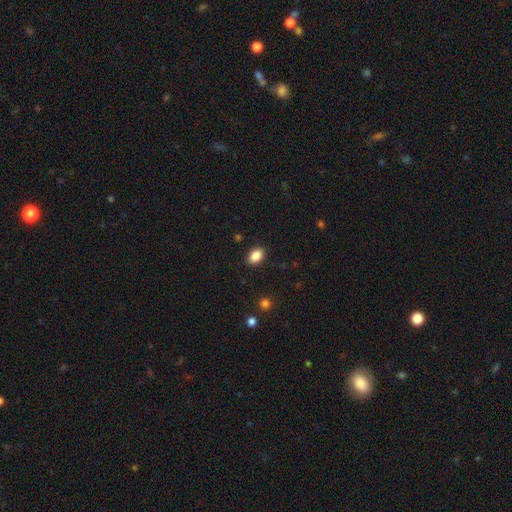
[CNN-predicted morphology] Overall: smooth (87%). How rounded: in between (81%). Merging: none (89%).